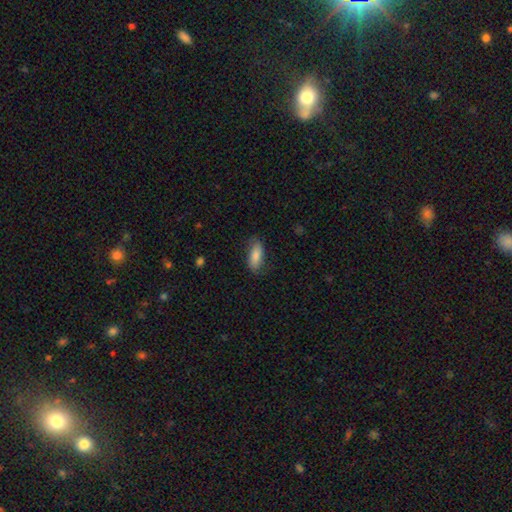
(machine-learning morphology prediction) A smooth galaxy with no disk features (82%) that is in between round and cigar-shaped (80%). Merging: none (76%).